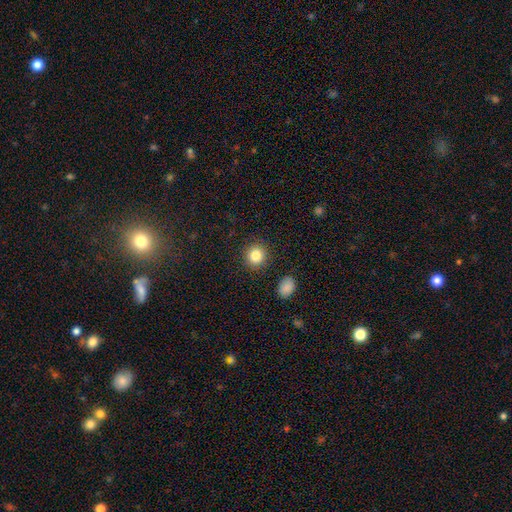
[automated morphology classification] type=smooth (85%); roundness=round (82%); merging=none (89%).